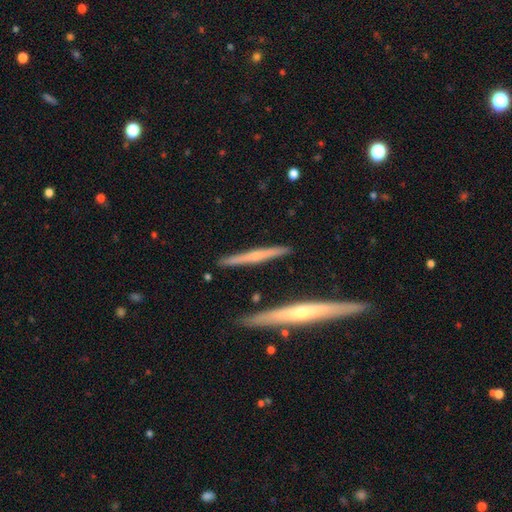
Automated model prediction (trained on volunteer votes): This appears to be a featured or disk galaxy (62%) viewed edge-on (96%) with a rounded central bulge (62%). Merging: none (86%).